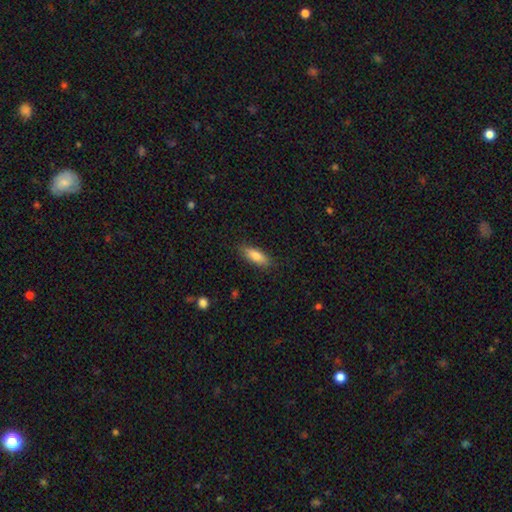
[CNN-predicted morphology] This is likely a smooth galaxy (78%). How rounded: likely in between (60%). Merging: clearly none (85%).